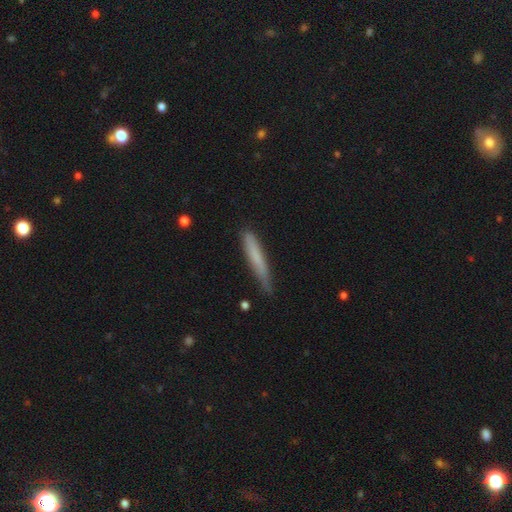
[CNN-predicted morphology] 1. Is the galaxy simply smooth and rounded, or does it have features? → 73% smooth, 21% featured or disk, 6% star or artifact.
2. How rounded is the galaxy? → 94% cigar-shaped, 4% in between, 1% round.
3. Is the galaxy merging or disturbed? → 72% none, 23% minor disturbance, 3% major disturbance, 2% merger.